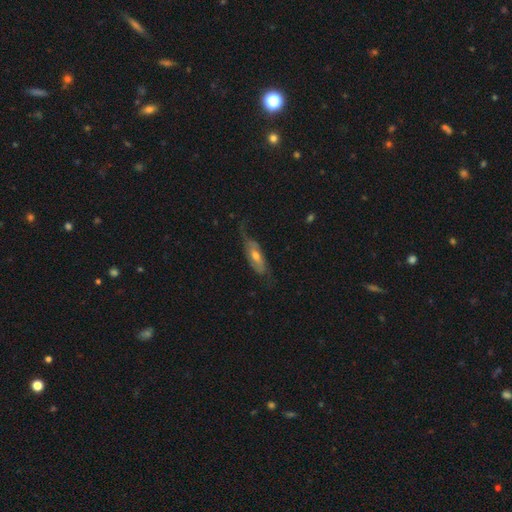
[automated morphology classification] featured or disk 62%, smooth 31%, star or artifact 7%. Down the decision tree: edge-on disk — no (76%); merging — none (53%).